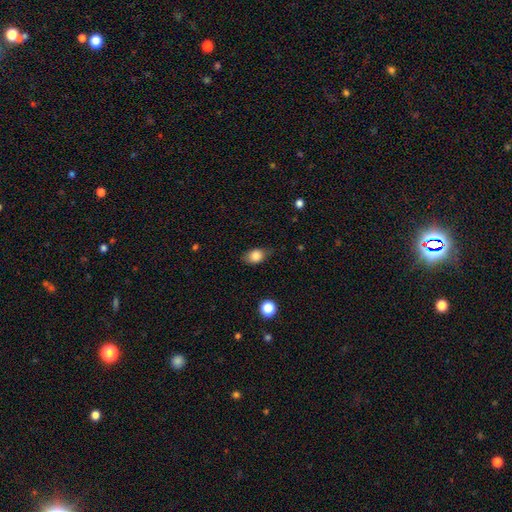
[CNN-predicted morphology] This is clearly a smooth galaxy (81%). How rounded: likely in between (74%). Merging: likely none (72%).